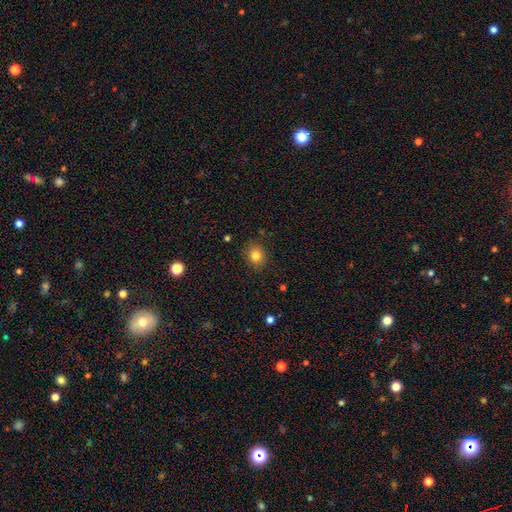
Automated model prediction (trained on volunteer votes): Smooth or featured: smooth — 82% (star or artifact — 12%)
How rounded: round — 76% (in between — 23%)
Merging: none — 88% (minor disturbance — 8%)